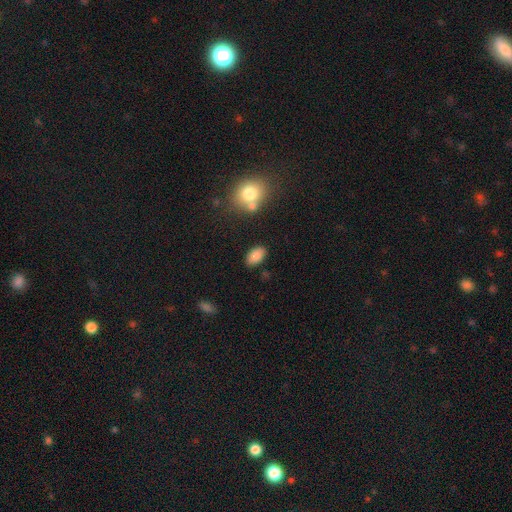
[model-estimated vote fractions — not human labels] Smooth or featured: smooth — 85% (star or artifact — 9%)
How rounded: in between — 93% (round — 5%)
Merging: none — 84% (minor disturbance — 10%)